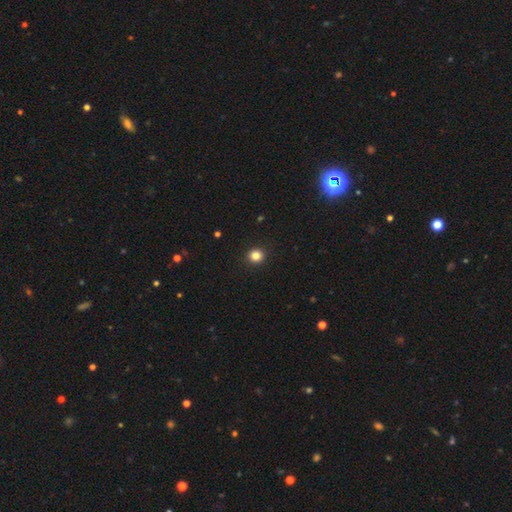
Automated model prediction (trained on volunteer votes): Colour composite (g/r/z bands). It shows a smooth galaxy with no disk features (83%) that is round (91%). Merging: none (93%).